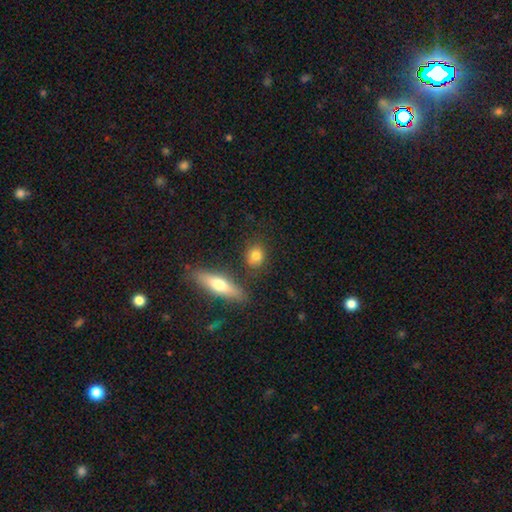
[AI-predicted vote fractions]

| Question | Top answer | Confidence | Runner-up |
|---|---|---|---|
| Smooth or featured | smooth | 79% | featured or disk (13%) |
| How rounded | round | 63% | in between (31%) |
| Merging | none | 80% | minor disturbance (10%) |